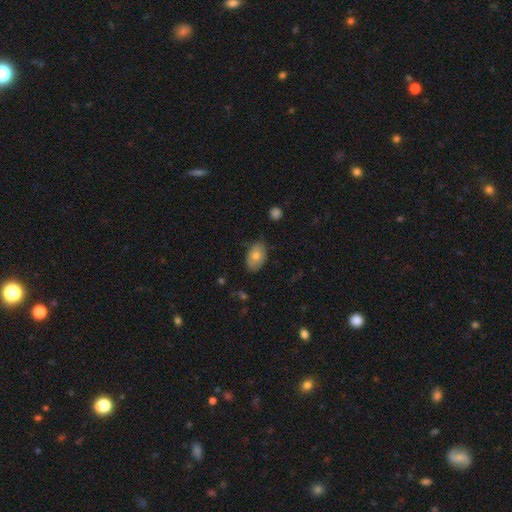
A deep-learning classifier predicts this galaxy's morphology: Smooth or featured? smooth (73%)
How rounded? in between (90%)
Merging? none (76%)